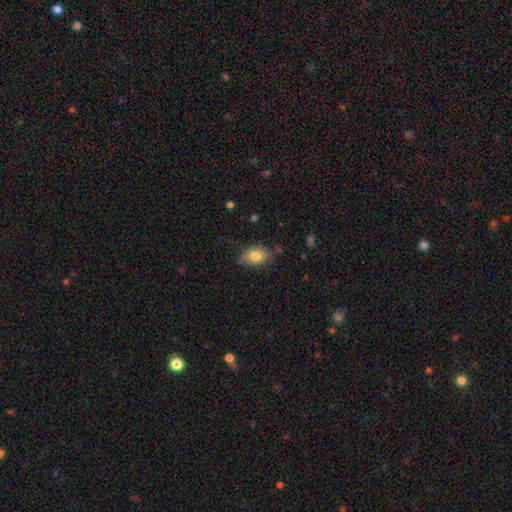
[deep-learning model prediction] A smooth galaxy with no disk features (76%) that is in between round and cigar-shaped (84%). Merging: none (68%).